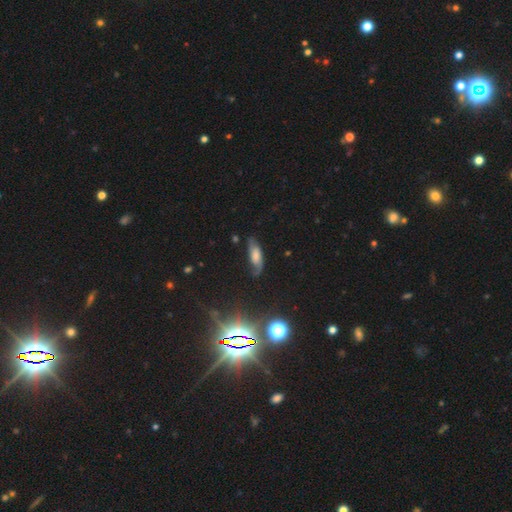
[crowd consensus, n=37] Overall: featured or disk (62%; smooth 38%). Edge-on disk: no (83%). Bar: no (58%; weak 32%). Spiral arms: yes (84%). Spiral arm count: 2 (75%). Spiral winding: loose (62%; medium 25%). Bulge size: moderate (37%; large 21%). Merging: none (54%; minor disturbance 35%).